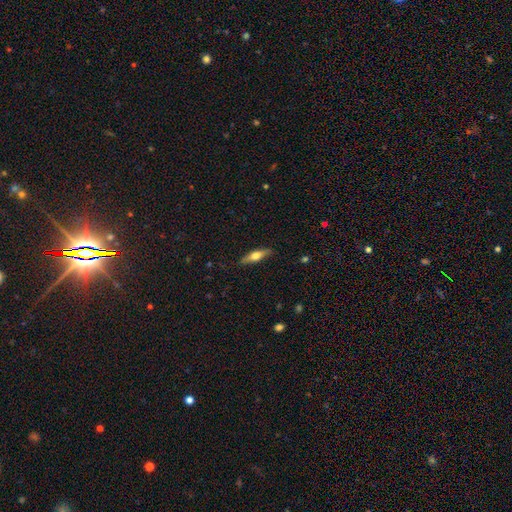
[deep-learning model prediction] smooth 48%, featured or disk 46%, star or artifact 6%. Down the decision tree: merging — none (86%).